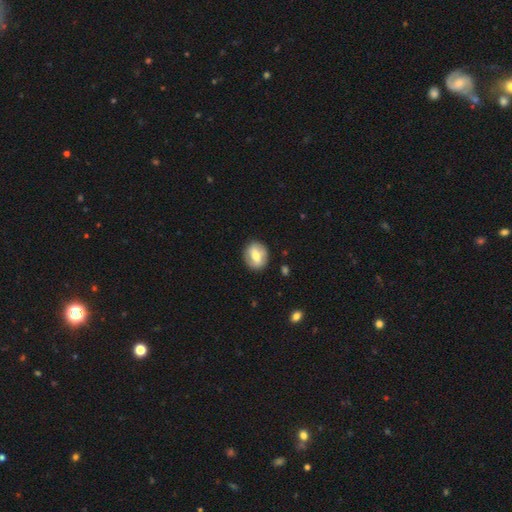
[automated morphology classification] Smooth or featured? smooth (49%)
Merging? none (86%)